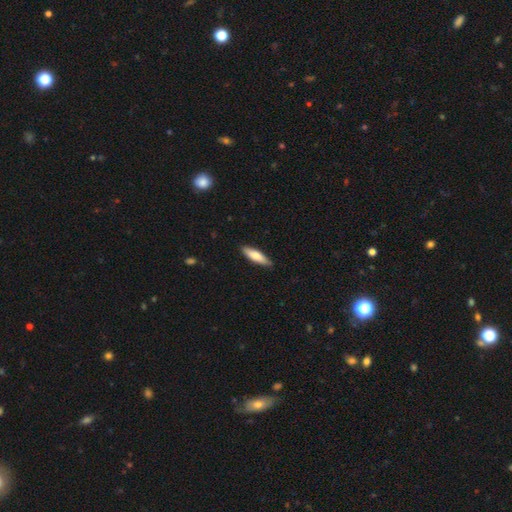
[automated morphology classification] Q: Smooth or featured?
A: smooth (72%); runner-up: featured or disk (23%)
Q: How rounded?
A: cigar-shaped (66%); runner-up: in between (33%)
Q: Merging?
A: none (87%); runner-up: minor disturbance (11%)